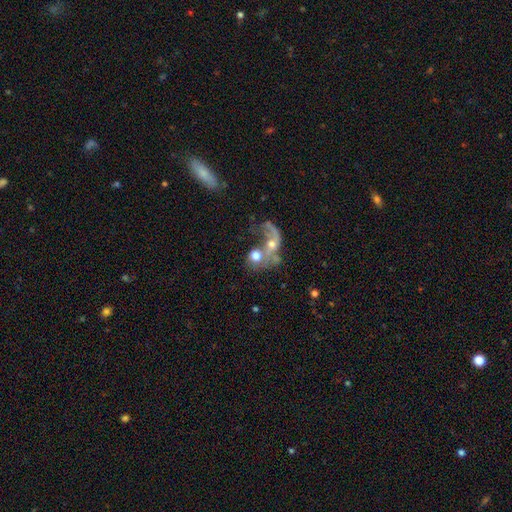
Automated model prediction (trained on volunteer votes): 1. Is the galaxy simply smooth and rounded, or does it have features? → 48% smooth, 41% featured or disk, 10% star or artifact.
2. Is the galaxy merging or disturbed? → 67% merger, 17% major disturbance, 11% none, 5% minor disturbance.